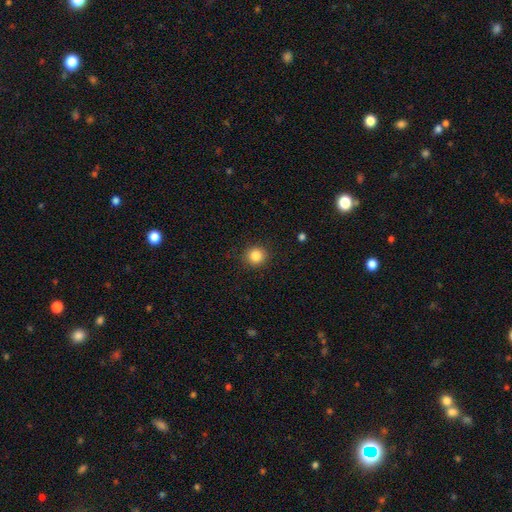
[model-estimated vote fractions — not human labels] smooth-or-featured: smooth: 85% | star or artifact: 10% | featured or disk: 4%
  how-rounded: round: 91% | in between: 8% | cigar-shaped: 1%
  merging: none: 90% | minor disturbance: 7% | major disturbance: 2% | merger: 1%